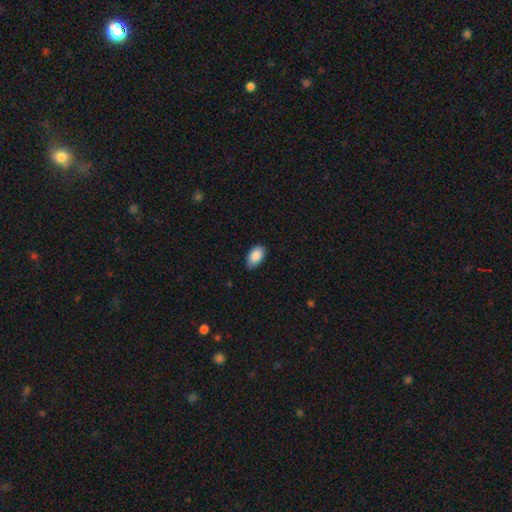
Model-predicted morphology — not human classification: This is clearly a smooth galaxy (88%). How rounded: clearly in between (94%). Merging: likely none (78%).